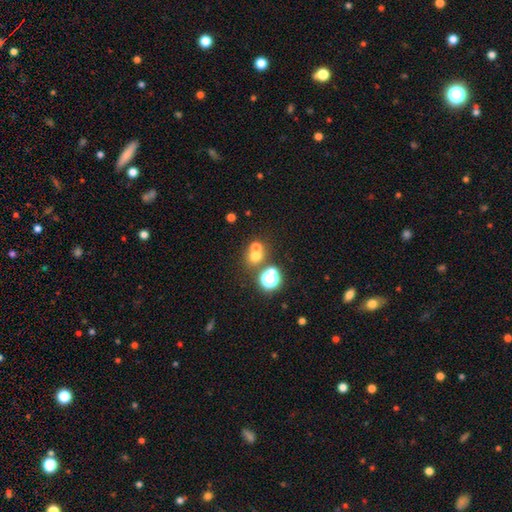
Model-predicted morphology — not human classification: The model was most divided on "merging": none: 47%, merger: 43%, minor disturbance: 6%, major disturbance: 4%. More confident: how rounded — round (80%); smooth or featured — smooth (60%).